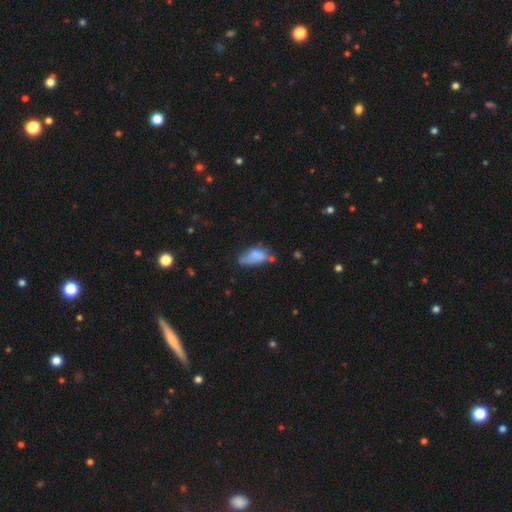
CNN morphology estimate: Smooth or featured?
  - smooth: 66% *
  - featured or disk: 25%
  - star or artifact: 10%
How rounded?
  - in between: 85% *
  - cigar-shaped: 10%
  - round: 4%
Merging?
  - none: 32% *
  - minor disturbance: 31%
  - major disturbance: 18%
  - merger: 18%